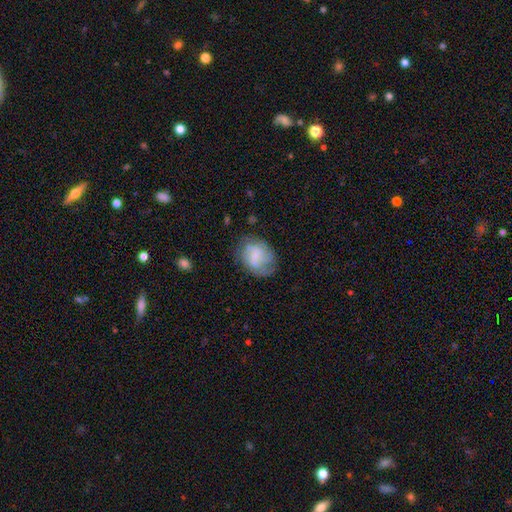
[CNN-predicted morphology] smooth_or_featured: smooth (p=0.54) [alt: featured or disk p=0.38]
how_rounded: in between (p=0.52) [alt: round p=0.47]
merging: none (p=0.57) [alt: minor disturbance p=0.26]